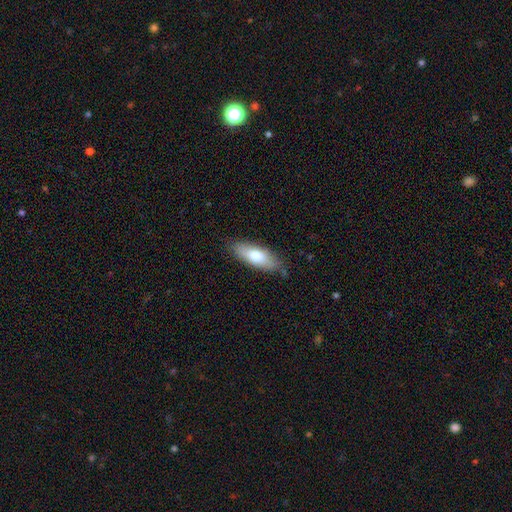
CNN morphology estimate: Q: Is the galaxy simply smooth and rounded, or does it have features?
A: smooth — 70%.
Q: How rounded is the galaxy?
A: in between — 63%.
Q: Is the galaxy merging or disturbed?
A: none — 80%.